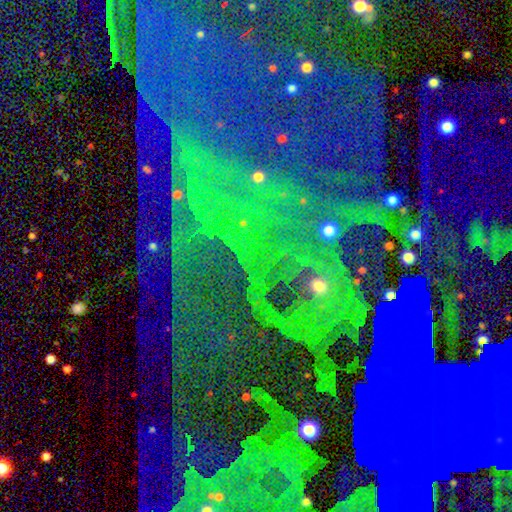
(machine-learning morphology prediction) Smooth or featured? Predicted: star or artifact (p=0.83).